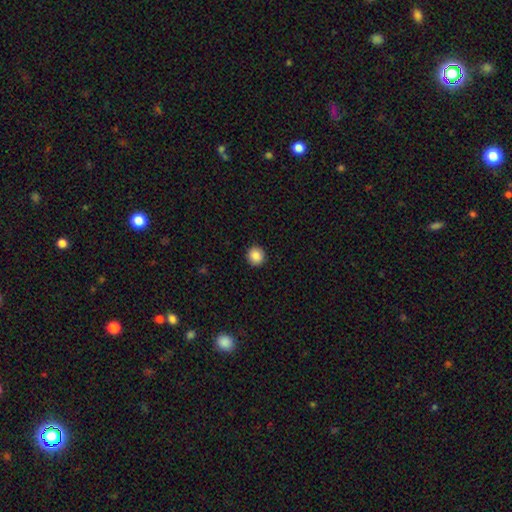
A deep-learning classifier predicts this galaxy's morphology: type=smooth (88%); roundness=round (93%); merging=none (92%).